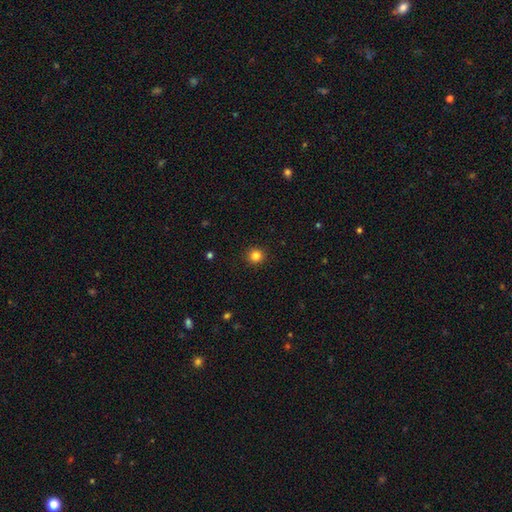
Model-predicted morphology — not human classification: This is clearly a smooth galaxy (83%). How rounded: clearly round (94%). Merging: clearly none (92%).